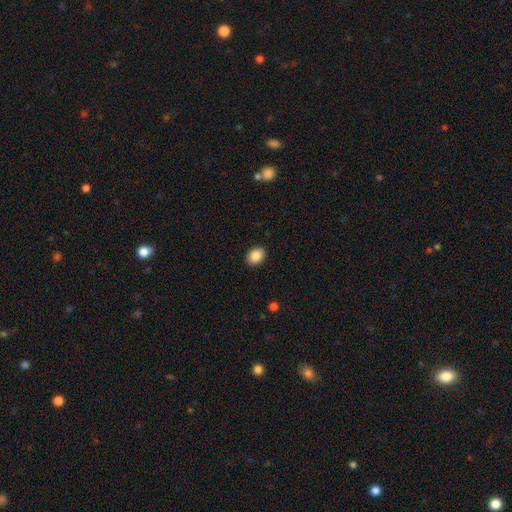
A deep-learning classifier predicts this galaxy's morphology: Q: Smooth or featured?
A: smooth (88%); runner-up: star or artifact (8%)
Q: How rounded?
A: in between (64%); runner-up: round (35%)
Q: Merging?
A: none (91%); runner-up: minor disturbance (7%)